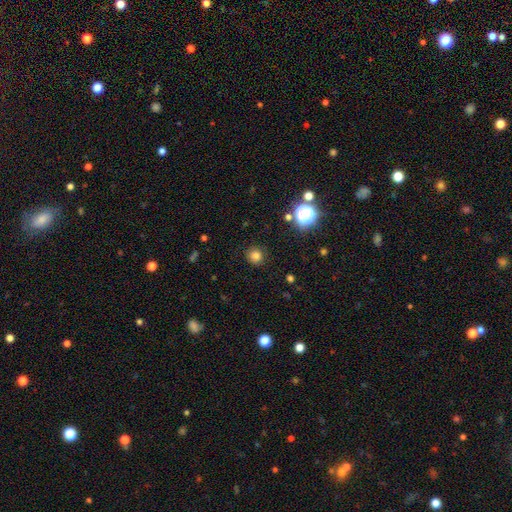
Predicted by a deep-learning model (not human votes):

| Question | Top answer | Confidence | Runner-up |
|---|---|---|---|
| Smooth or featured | smooth | 78% | star or artifact (16%) |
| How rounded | round | 92% | in between (7%) |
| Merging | none | 89% | minor disturbance (7%) |